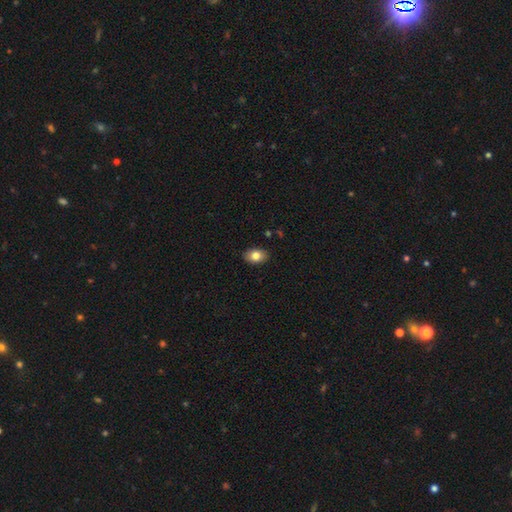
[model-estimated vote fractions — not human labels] A smooth galaxy with no disk features (82%) that is in between round and cigar-shaped (84%).

Vote fractions:
- Smooth or featured? smooth: 82% / featured or disk: 10% / star or artifact: 8%
- How rounded? in between: 84% / round: 15% / cigar-shaped: 1%
- Merging? none: 89% / minor disturbance: 8% / major disturbance: 2% / merger: 1%